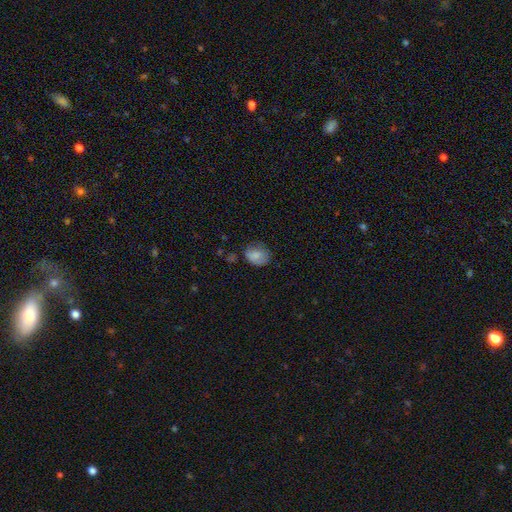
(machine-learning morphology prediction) Smooth or featured?
  - smooth: 81% *
  - featured or disk: 10%
  - star or artifact: 9%
How rounded?
  - in between: 50% *
  - round: 49%
  - cigar-shaped: 1%
Merging?
  - none: 60% *
  - minor disturbance: 29%
  - major disturbance: 9%
  - merger: 2%